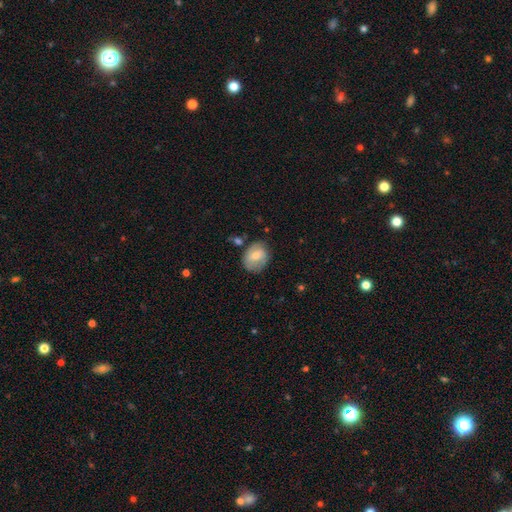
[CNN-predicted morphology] Smooth or featured: smooth — 59% (featured or disk — 34%)
How rounded: in between — 56% (round — 43%)
Merging: none — 64% (minor disturbance — 25%)